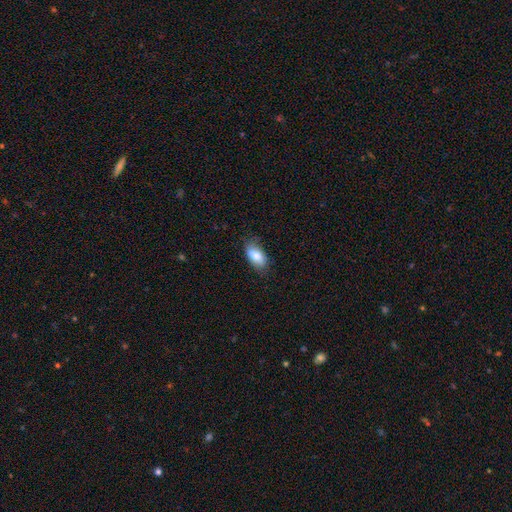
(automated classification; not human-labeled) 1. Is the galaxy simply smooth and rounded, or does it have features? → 79% smooth, 14% featured or disk, 7% star or artifact.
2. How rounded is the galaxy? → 90% in between, 6% cigar-shaped, 4% round.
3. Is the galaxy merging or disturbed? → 75% none, 20% minor disturbance, 4% major disturbance, 1% merger.